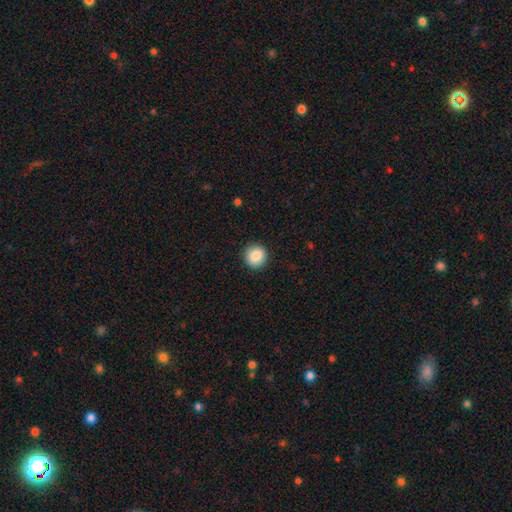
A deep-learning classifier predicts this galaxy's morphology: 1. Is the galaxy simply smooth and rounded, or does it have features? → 87% smooth, 8% star or artifact, 5% featured or disk.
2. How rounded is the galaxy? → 91% round, 8% in between, 1% cigar-shaped.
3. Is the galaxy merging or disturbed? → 91% none, 6% minor disturbance, 2% major disturbance, 1% merger.